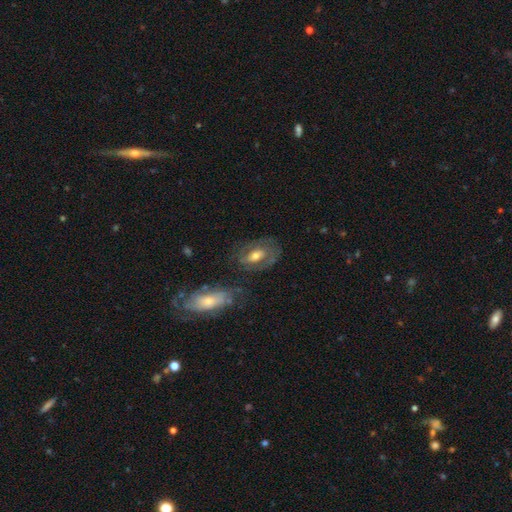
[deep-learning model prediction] The model was most divided on "spiral arms": yes: 54%, no: 46%. More confident: edge-on disk — no (92%); merging — none (65%); bulge size — moderate (63%); smooth or featured — featured or disk (59%); bar — no (57%).